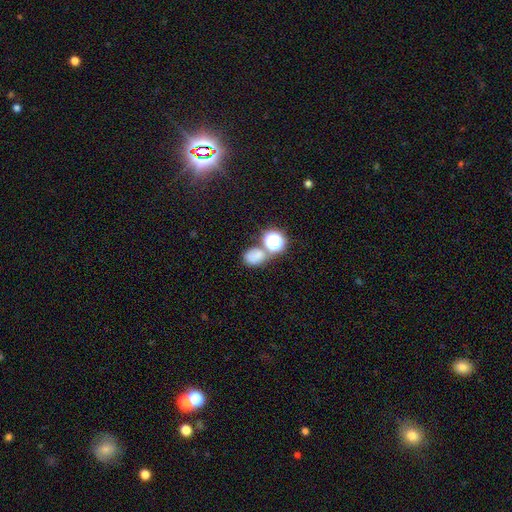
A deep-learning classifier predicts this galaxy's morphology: Smooth or featured?
  - smooth: 72% *
  - star or artifact: 20%
  - featured or disk: 8%
How rounded?
  - in between: 56% *
  - round: 43%
  - cigar-shaped: 1%
Merging?
  - none: 52% *
  - merger: 31%
  - minor disturbance: 12%
  - major disturbance: 6%